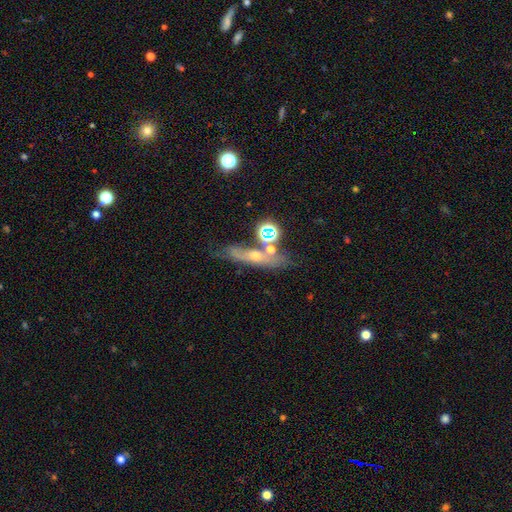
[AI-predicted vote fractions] smooth-or-featured: featured or disk: 46% | smooth: 33% | star or artifact: 21%
  merging: none: 60% | minor disturbance: 18% | merger: 13% | major disturbance: 9%